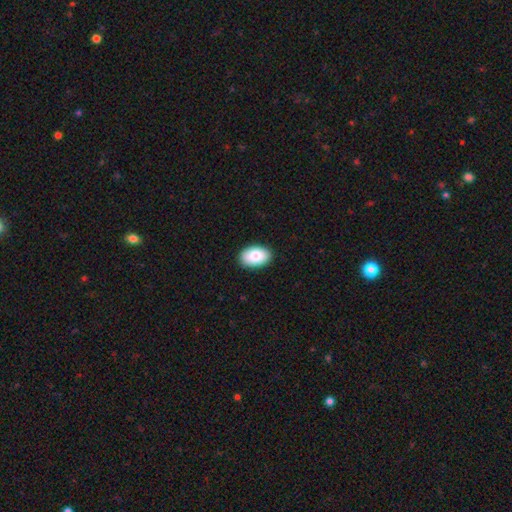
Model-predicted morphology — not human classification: This appears to be a smooth galaxy with no disk features (84%) that is in between round and cigar-shaped (90%). Merging: none (89%).